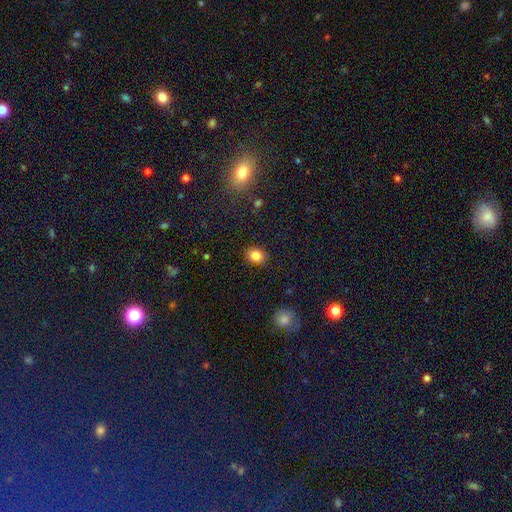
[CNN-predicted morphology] Smooth or featured? smooth (85%)
How rounded? round (51%)
Merging? none (87%)